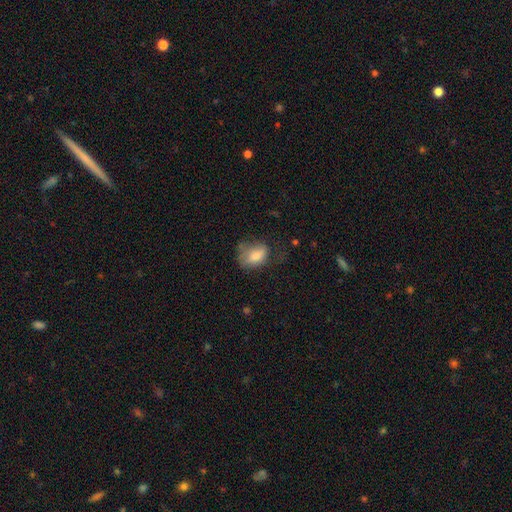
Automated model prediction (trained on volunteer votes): Overall: smooth (76%). How rounded: in between (83%). Merging: none (38%; minor disturbance 33%).